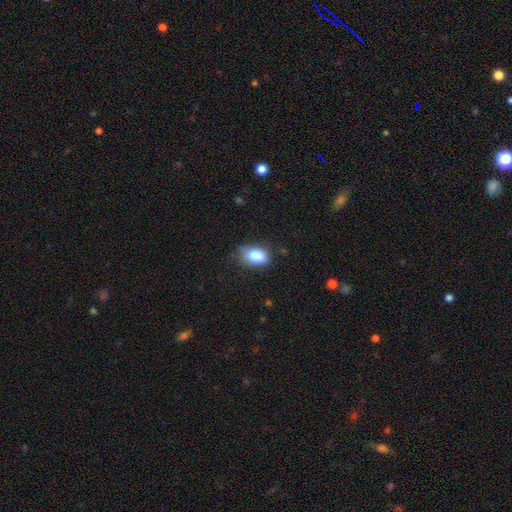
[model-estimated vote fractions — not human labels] Smooth or featured? Predicted: smooth (p=0.85). How rounded? Predicted: in between (p=0.87). Merging? Predicted: none (p=0.64).